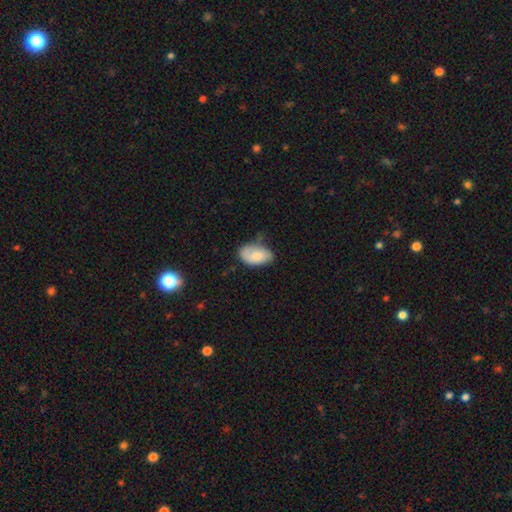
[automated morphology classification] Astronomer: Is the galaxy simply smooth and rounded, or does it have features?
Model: smooth — 72%.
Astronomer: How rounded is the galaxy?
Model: in between — 94%.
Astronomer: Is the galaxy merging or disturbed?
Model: none — 48% (runner-up: minor disturbance, 36%).